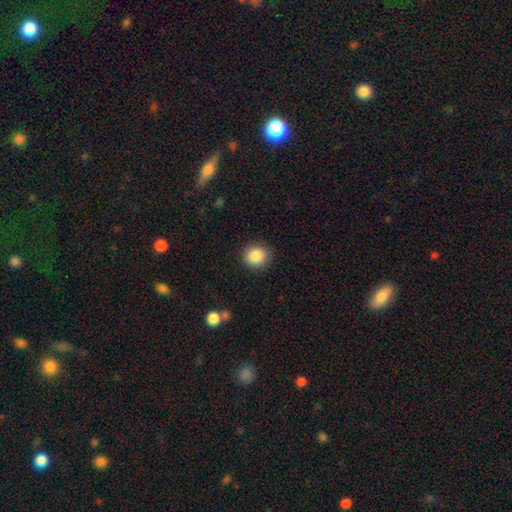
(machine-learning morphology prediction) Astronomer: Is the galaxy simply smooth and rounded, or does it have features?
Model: smooth — 87%.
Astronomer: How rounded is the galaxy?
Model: round — 85%.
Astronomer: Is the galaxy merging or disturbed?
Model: none — 89%.